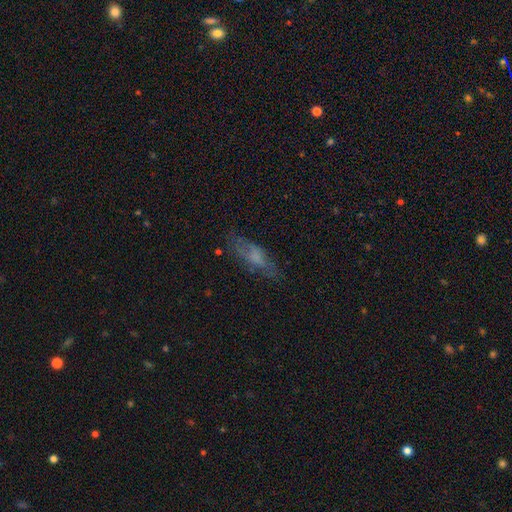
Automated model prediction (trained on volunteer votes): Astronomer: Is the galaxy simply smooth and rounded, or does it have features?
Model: smooth — 48% (runner-up: featured or disk, 39%).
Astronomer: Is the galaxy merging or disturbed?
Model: none — 64%.